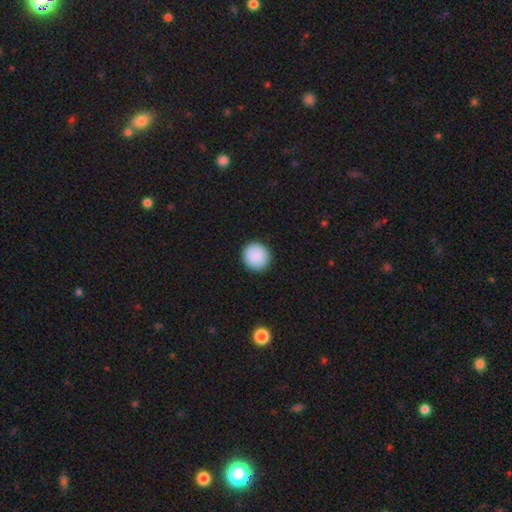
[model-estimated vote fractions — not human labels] This is clearly a smooth galaxy (89%). How rounded: clearly round (92%). Merging: clearly none (91%).